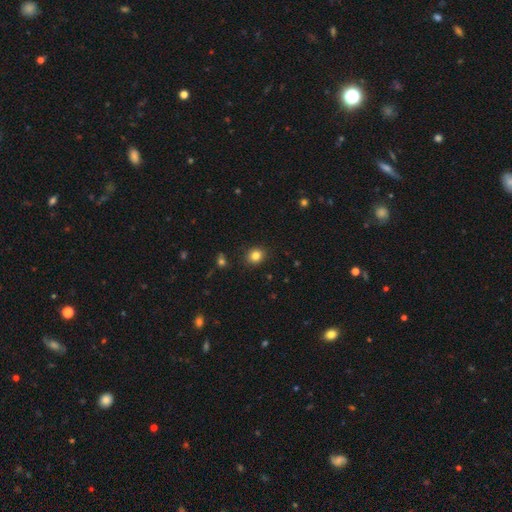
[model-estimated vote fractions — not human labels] This appears to be a smooth galaxy with no disk features (82%) that is round (76%). Merging: none (88%).